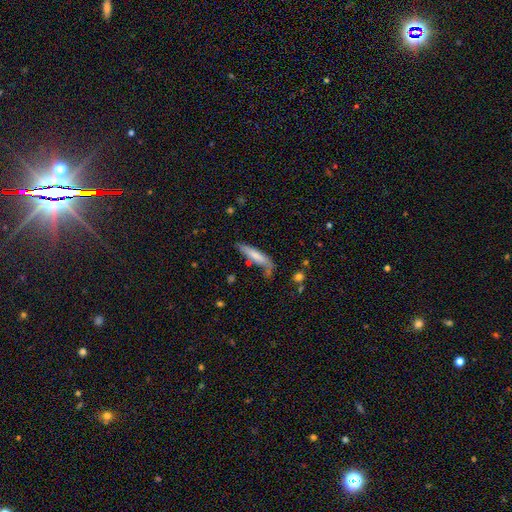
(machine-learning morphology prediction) type=smooth (72%); roundness=cigar-shaped (80%); merging=none (60%).